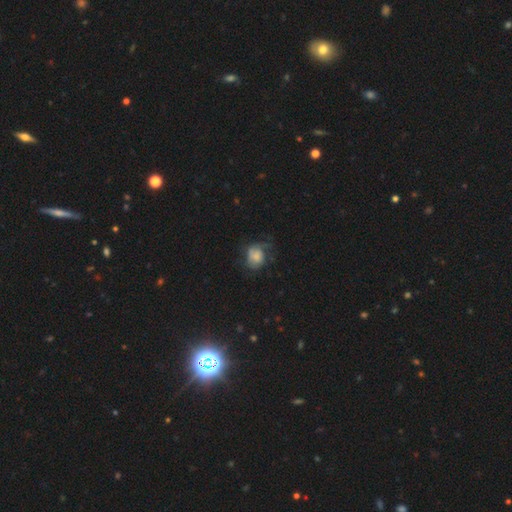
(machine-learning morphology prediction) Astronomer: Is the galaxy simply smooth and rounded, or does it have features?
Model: smooth — 55% (runner-up: featured or disk, 35%).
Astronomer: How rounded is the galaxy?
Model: round — 59% (runner-up: in between, 40%).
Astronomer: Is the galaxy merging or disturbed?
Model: none — 41% (runner-up: major disturbance, 29%).